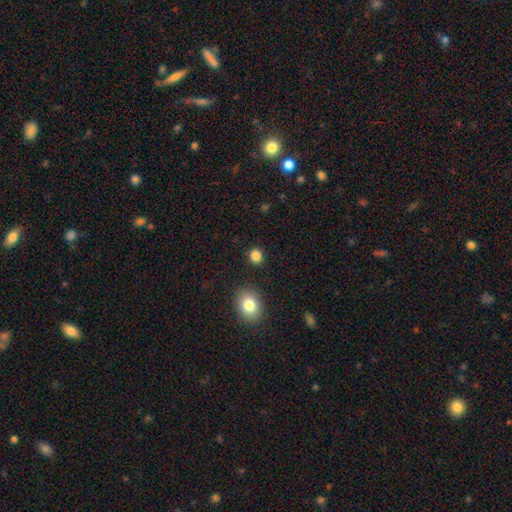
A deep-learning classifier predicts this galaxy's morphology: Smooth or featured: smooth — 86% (star or artifact — 11%)
How rounded: round — 76% (in between — 23%)
Merging: none — 89% (minor disturbance — 7%)